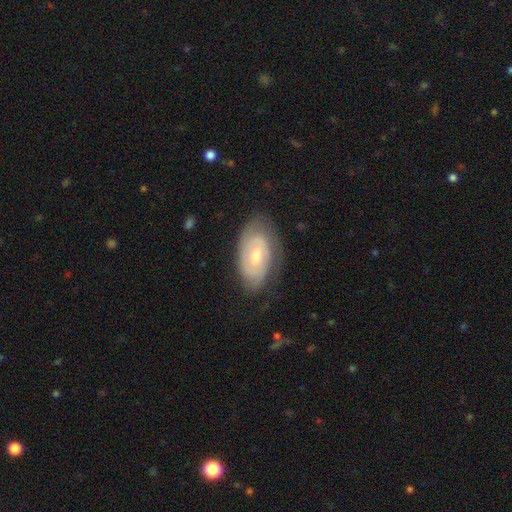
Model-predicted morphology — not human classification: Smooth or featured? featured or disk (65%)
Edge-on disk? no (94%)
Bar? no (62%)
Spiral arms? yes (79%)
Bulge size? moderate (52%)
Merging? none (69%)